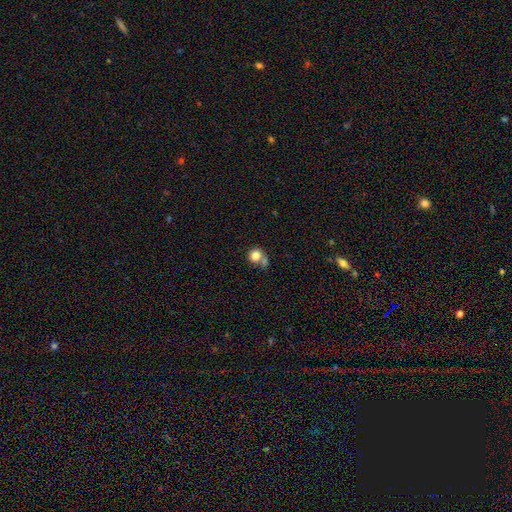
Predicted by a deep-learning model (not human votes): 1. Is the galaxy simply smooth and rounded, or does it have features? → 81% smooth, 10% star or artifact, 9% featured or disk.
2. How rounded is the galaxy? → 85% round, 14% in between, 1% cigar-shaped.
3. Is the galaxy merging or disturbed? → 47% none, 34% merger, 12% minor disturbance, 7% major disturbance.